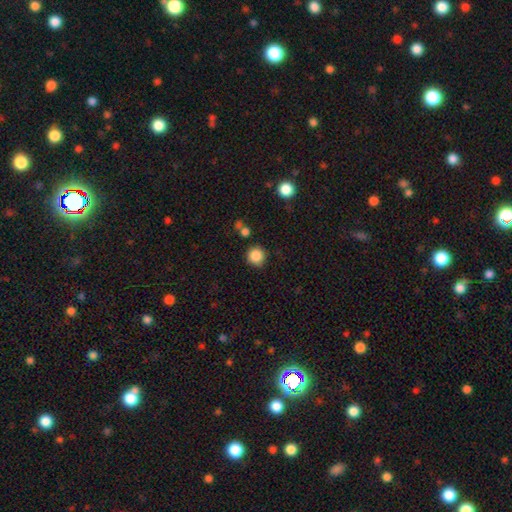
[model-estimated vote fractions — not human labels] smooth_or_featured: smooth (p=0.86) [alt: star or artifact p=0.10]
how_rounded: round (p=0.93) [alt: in between p=0.06]
merging: none (p=0.84) [alt: minor disturbance p=0.10]